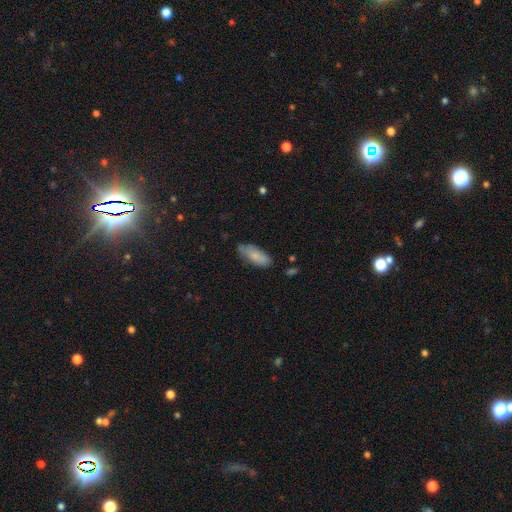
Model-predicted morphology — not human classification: smooth 79%, featured or disk 14%, star or artifact 6%. Down the decision tree: how rounded — in between (78%); merging — none (70%).